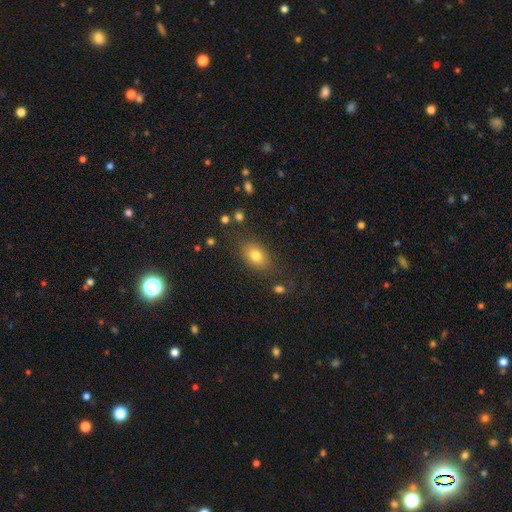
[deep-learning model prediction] Q: Smooth or featured?
A: smooth (79%); runner-up: star or artifact (11%)
Q: How rounded?
A: in between (80%); runner-up: round (18%)
Q: Merging?
A: none (80%); runner-up: minor disturbance (12%)